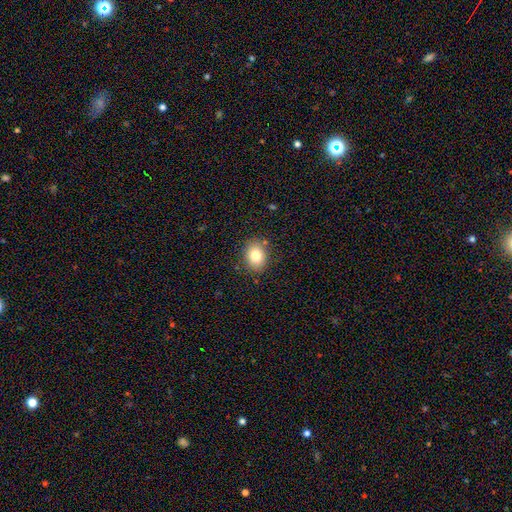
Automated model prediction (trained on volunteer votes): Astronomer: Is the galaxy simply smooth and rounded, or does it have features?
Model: smooth — 81%.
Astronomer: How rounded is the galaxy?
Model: in between — 52% (runner-up: round, 47%).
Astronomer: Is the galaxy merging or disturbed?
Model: none — 85%.